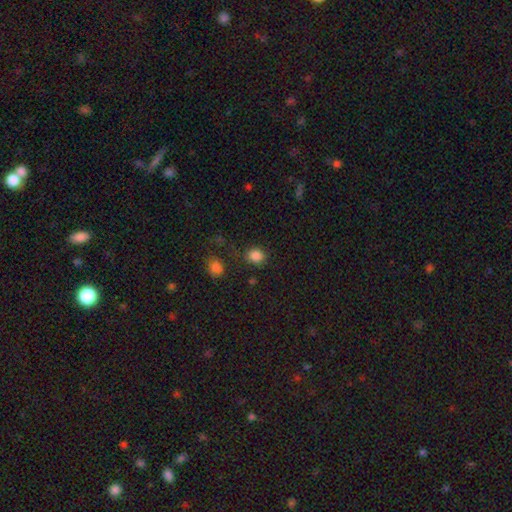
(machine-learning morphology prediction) Smooth or featured: smooth — 85% (star or artifact — 12%)
How rounded: round — 76% (in between — 23%)
Merging: none — 79% (minor disturbance — 11%)